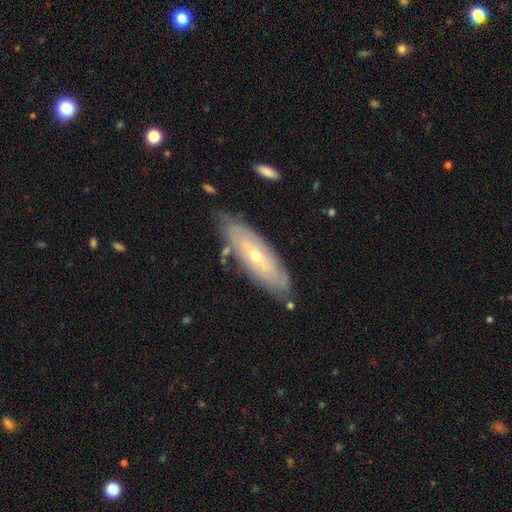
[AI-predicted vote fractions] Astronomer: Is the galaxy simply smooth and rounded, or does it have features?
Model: featured or disk — 68%.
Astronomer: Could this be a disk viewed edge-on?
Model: no — 78%.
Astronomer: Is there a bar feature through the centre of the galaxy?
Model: no — 80%.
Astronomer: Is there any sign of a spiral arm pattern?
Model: yes — 67%.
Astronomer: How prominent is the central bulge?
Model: small — 54% (runner-up: moderate, 43%).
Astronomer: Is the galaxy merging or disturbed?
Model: none — 77%.